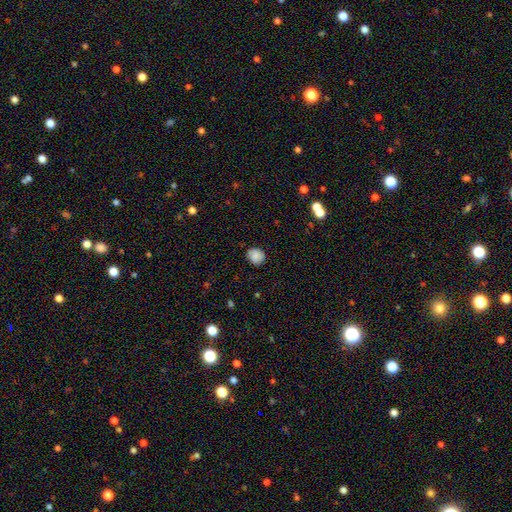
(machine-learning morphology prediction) A smooth galaxy with no disk features (83%) that is round (77%). Merging: none (82%).